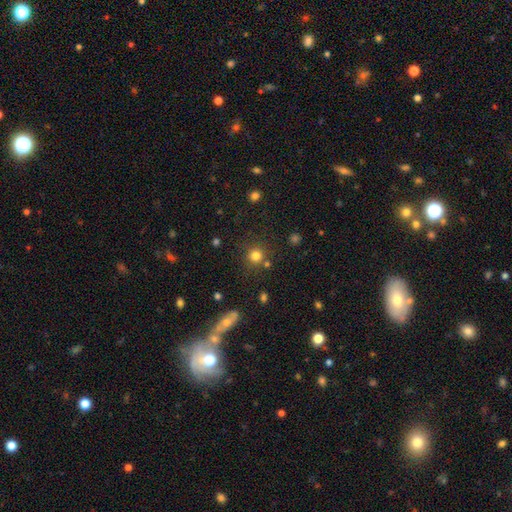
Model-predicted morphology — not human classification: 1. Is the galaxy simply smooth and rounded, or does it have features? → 79% smooth, 15% star or artifact, 6% featured or disk.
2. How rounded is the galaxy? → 92% round, 7% in between, 1% cigar-shaped.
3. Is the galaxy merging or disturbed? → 80% none, 8% minor disturbance, 8% merger, 4% major disturbance.